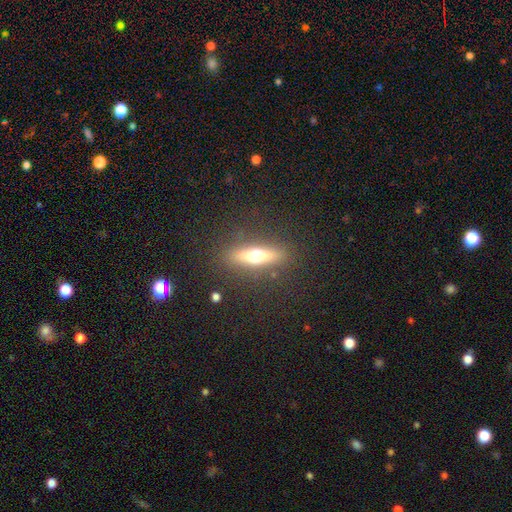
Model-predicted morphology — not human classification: This appears to be a featured or disk galaxy (48%). Merging: none (86%).